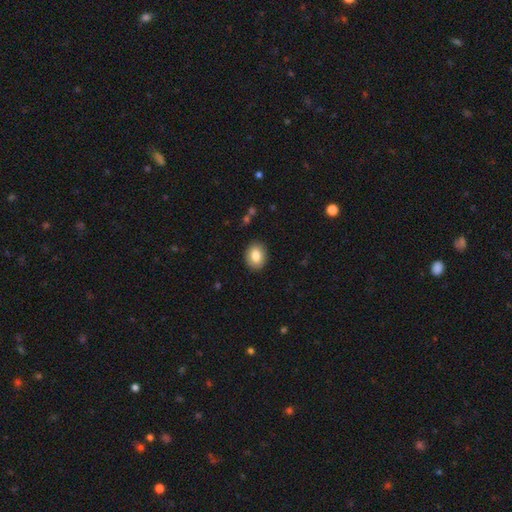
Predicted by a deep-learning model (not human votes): smooth-or-featured: smooth: 85% | star or artifact: 8% | featured or disk: 8%
  how-rounded: in between: 57% | round: 42% | cigar-shaped: 1%
  merging: none: 89% | minor disturbance: 7% | major disturbance: 2% | merger: 1%